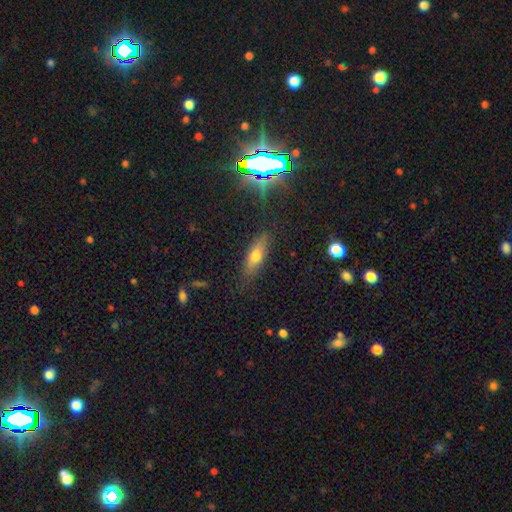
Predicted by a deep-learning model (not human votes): smooth 62%, featured or disk 25%, star or artifact 12%. Down the decision tree: how rounded — in between (56%); merging — none (82%).